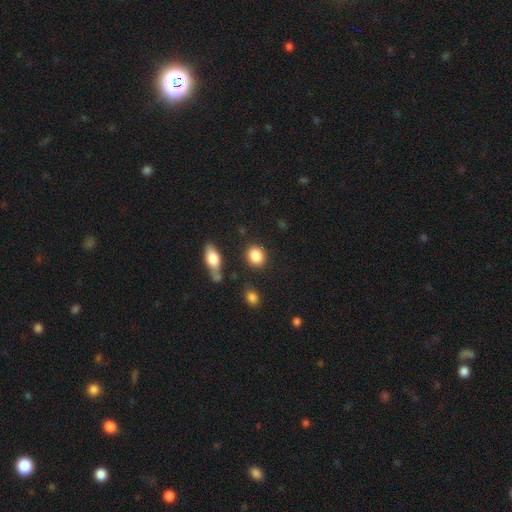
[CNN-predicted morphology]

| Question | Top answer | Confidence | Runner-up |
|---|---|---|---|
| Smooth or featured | smooth | 87% | star or artifact (8%) |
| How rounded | round | 62% | in between (36%) |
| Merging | none | 83% | minor disturbance (10%) |